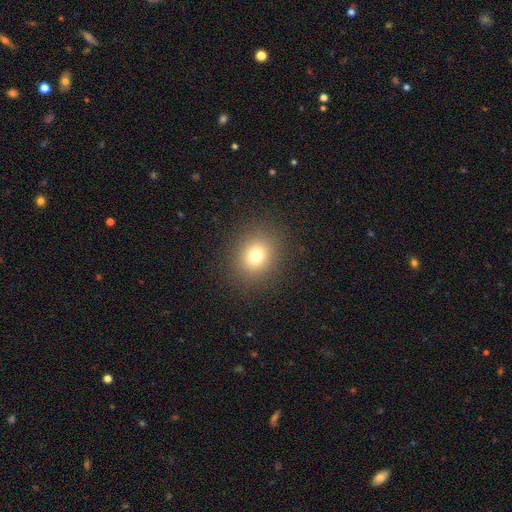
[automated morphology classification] Overall: smooth (75%). How rounded: round (70%). Merging: none (88%).